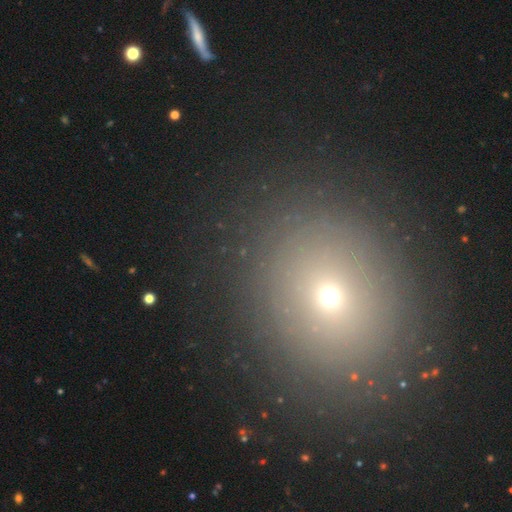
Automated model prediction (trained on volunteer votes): Smooth or featured: smooth — 61% (star or artifact — 27%)
How rounded: round — 70% (in between — 29%)
Merging: none — 89% (minor disturbance — 7%)